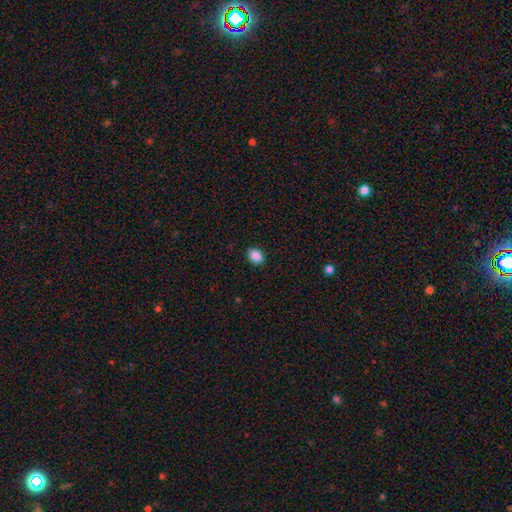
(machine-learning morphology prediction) The model was most divided on "how rounded": in between: 75%, round: 24%, cigar-shaped: 1%. More confident: merging — none (88%); smooth or featured — smooth (88%).